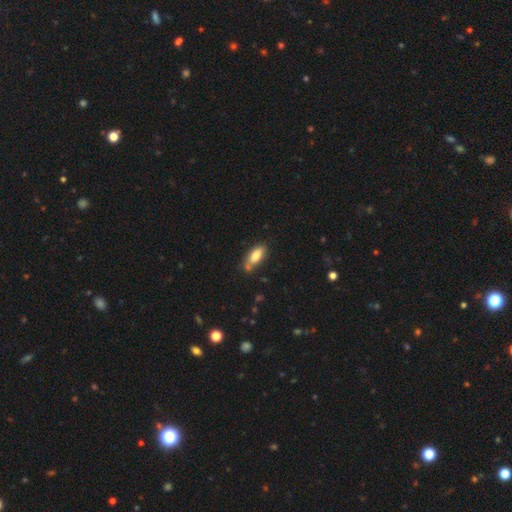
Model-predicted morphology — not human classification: Smooth or featured: smooth — 79% (featured or disk — 14%)
How rounded: in between — 78% (cigar-shaped — 20%)
Merging: none — 63% (minor disturbance — 21%)